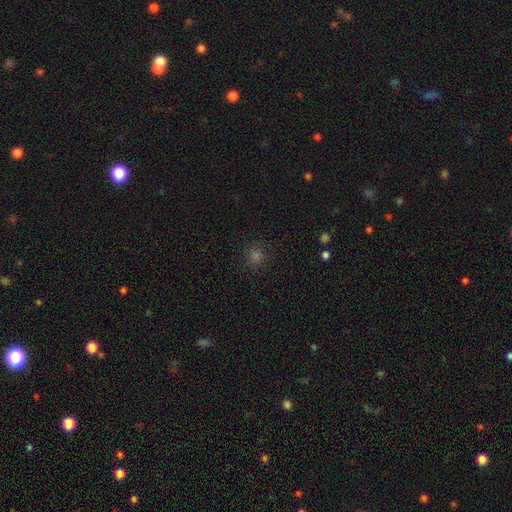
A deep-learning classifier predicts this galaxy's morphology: Smooth or featured: smooth — 71% (star or artifact — 24%)
How rounded: round — 92% (in between — 7%)
Merging: none — 90% (minor disturbance — 6%)